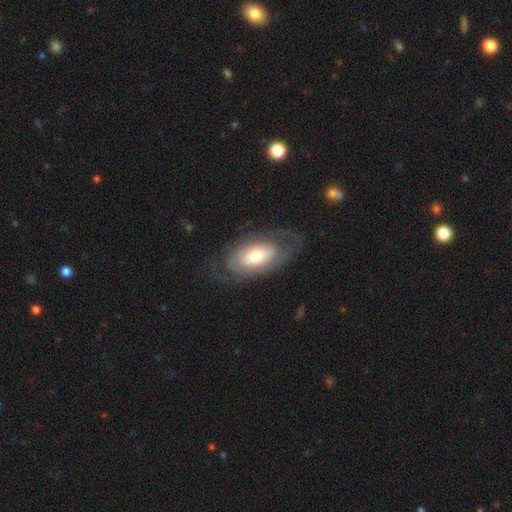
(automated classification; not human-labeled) smooth-or-featured: featured or disk: 59% | smooth: 35% | star or artifact: 6%
  disk-edge-on: no: 91% | yes: 9%
    bar: no: 74% | weak: 19% | strong: 7%
    has-spiral-arms: yes: 61% | no: 39%
    bulge-size: moderate: 56% | small: 20% | large: 19% | dominant: 3% | none: 1%
  merging: none: 69% | minor disturbance: 17% | major disturbance: 13% | merger: 1%